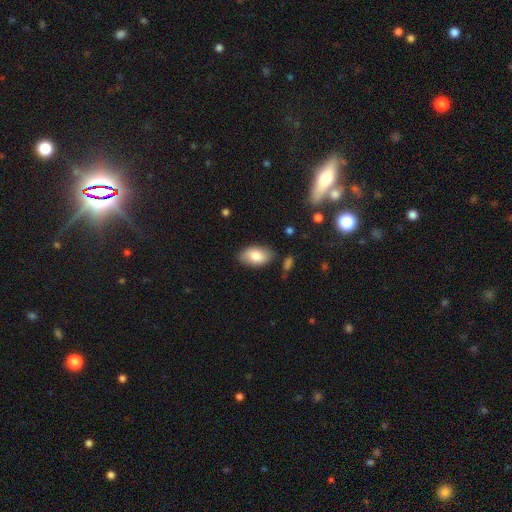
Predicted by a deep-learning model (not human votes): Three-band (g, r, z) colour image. It shows a smooth galaxy with no disk features (82%) that is in between round and cigar-shaped (94%). Merging: none (83%).